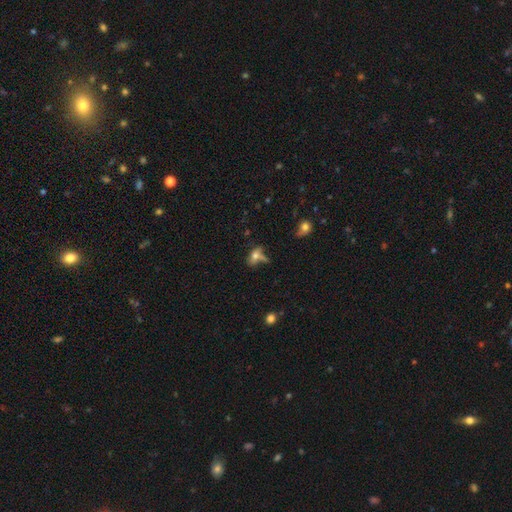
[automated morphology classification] The model was most divided on "merging": none: 40%, merger: 22%, minor disturbance: 21%, major disturbance: 17%. More confident: how rounded — in between (76%); smooth or featured — smooth (61%).